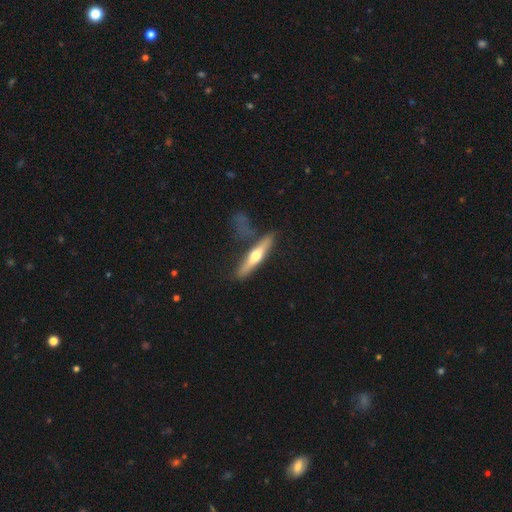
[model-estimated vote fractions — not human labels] Smooth or featured?
  - featured or disk: 54% *
  - smooth: 41%
  - star or artifact: 5%
Edge-on disk?
  - yes: 93% *
  - no: 7%
Merging?
  - none: 72% *
  - minor disturbance: 15%
  - merger: 6%
  - major disturbance: 6%